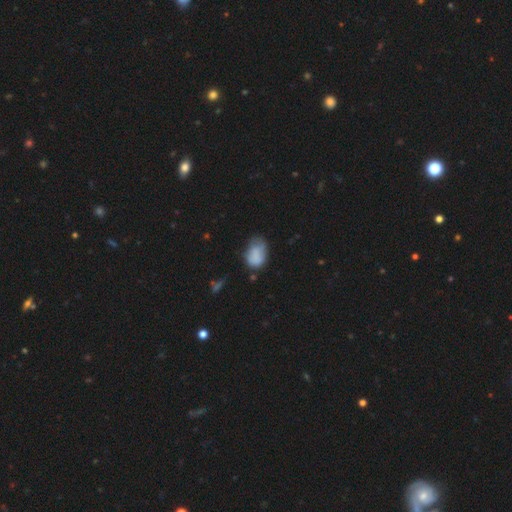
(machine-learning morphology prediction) smooth 78%, featured or disk 14%, star or artifact 8%. Down the decision tree: how rounded — in between (79%); merging — none (41%).